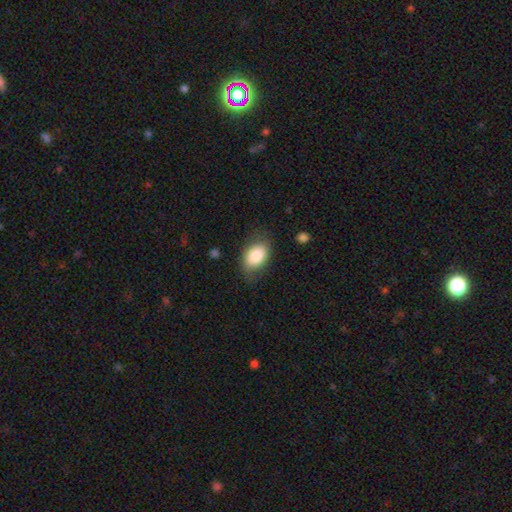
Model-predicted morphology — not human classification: The model was most divided on "merging": none: 70%, minor disturbance: 21%, major disturbance: 7%, merger: 1%. More confident: how rounded — in between (85%); smooth or featured — smooth (83%).